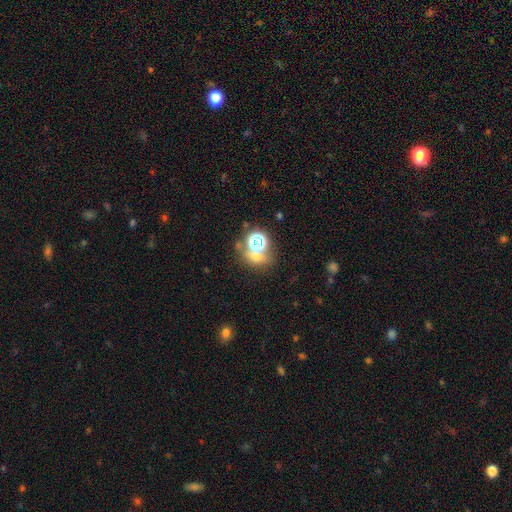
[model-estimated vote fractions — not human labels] smooth_or_featured: smooth (p=0.45) [alt: star or artifact p=0.43]
merging: none (p=0.56) [alt: merger p=0.27]